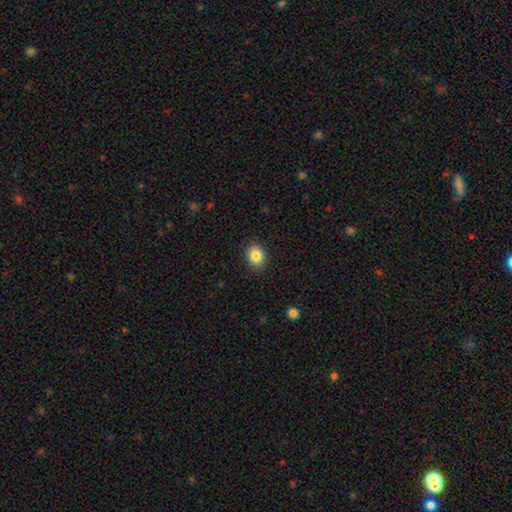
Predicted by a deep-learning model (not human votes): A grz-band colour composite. It shows a smooth galaxy with no disk features (86%) that is in between round and cigar-shaped (57%). Merging: none (88%).